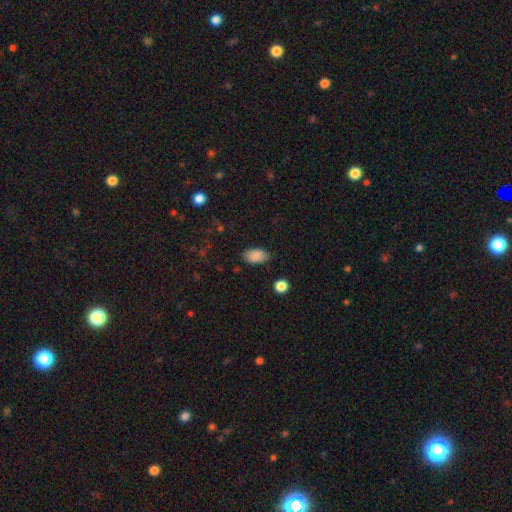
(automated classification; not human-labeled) The model was most divided on "merging": none: 80%, minor disturbance: 15%, major disturbance: 3%, merger: 2%. More confident: how rounded — in between (92%); smooth or featured — smooth (87%).